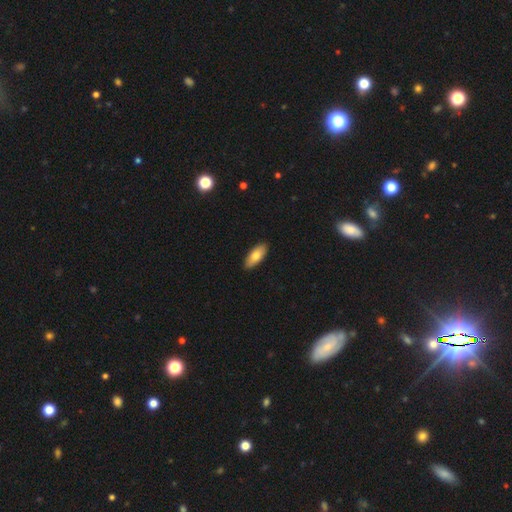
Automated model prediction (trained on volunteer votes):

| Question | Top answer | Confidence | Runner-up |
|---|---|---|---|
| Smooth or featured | smooth | 76% | featured or disk (18%) |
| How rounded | in between | 81% | cigar-shaped (17%) |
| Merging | none | 89% | minor disturbance (8%) |